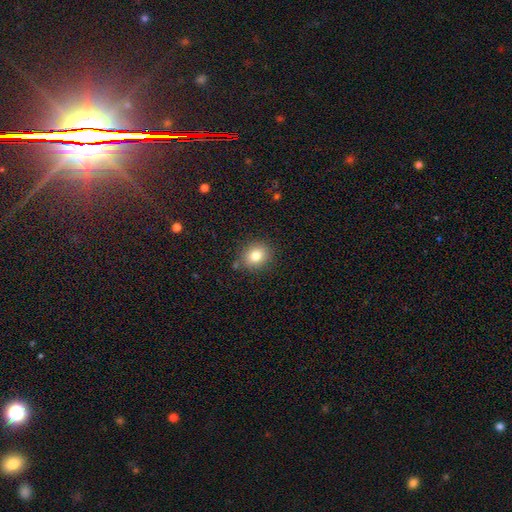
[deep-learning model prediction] smooth 80%, star or artifact 11%, featured or disk 9%. Down the decision tree: how rounded — round (68%); merging — none (85%).